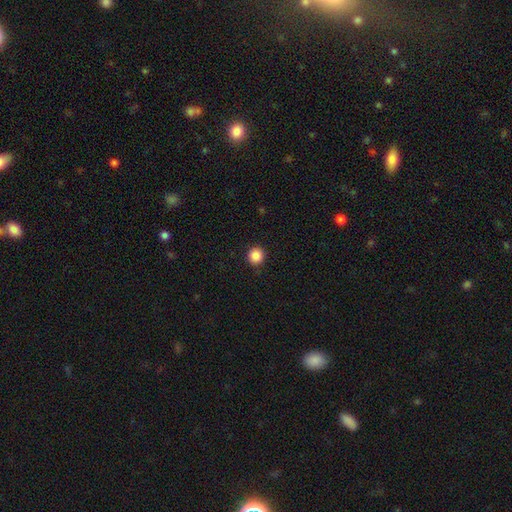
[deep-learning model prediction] A smooth galaxy with no disk features (87%) that is round (94%).

Vote fractions:
- Smooth or featured? smooth: 87% / star or artifact: 10% / featured or disk: 3%
- How rounded? round: 94% / in between: 5% / cigar-shaped: 1%
- Merging? none: 92% / minor disturbance: 5% / major disturbance: 2% / merger: 1%